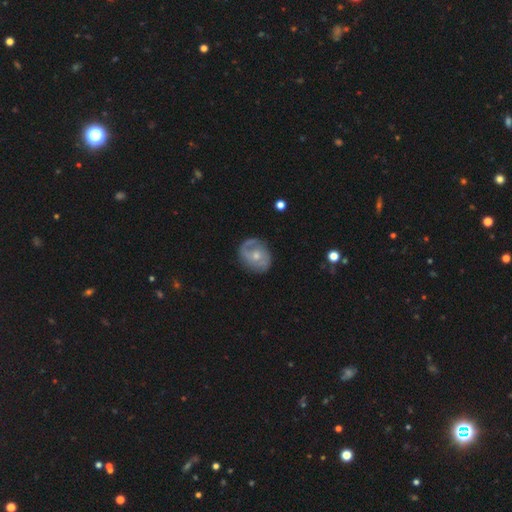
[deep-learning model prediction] A featured or disk galaxy (68%) with no bar (67%), 2 (57%) medium (41%) spiral arms (80%) and a small central bulge (48%).

Vote fractions:
- Smooth or featured? featured or disk: 68% / smooth: 26% / star or artifact: 7%
- Edge-on disk? no: 97% / yes: 3%
- Bar? no: 67% / weak: 28% / strong: 5%
- Spiral arms? yes: 80% / no: 20%
- Spiral winding? medium: 41% / tight: 34% / loose: 25%
- Spiral arm count? 2: 57% / can't tell: 20% / 1: 13% / 3: 5% / 4: 2% / more than 4: 2%
- Bulge size? small: 48% / moderate: 47% / none: 2% / large: 2% / dominant: 1%
- Merging? none: 68% / minor disturbance: 21% / major disturbance: 9% / merger: 2%